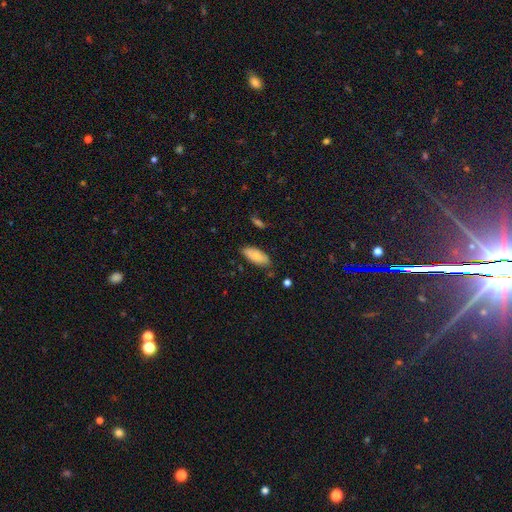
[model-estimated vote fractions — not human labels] A smooth galaxy with no disk features (80%) that is in between round and cigar-shaped (83%).

Vote fractions:
- Smooth or featured? smooth: 80% / featured or disk: 14% / star or artifact: 6%
- How rounded? in between: 83% / cigar-shaped: 15% / round: 2%
- Merging? none: 78% / minor disturbance: 17% / major disturbance: 3% / merger: 2%